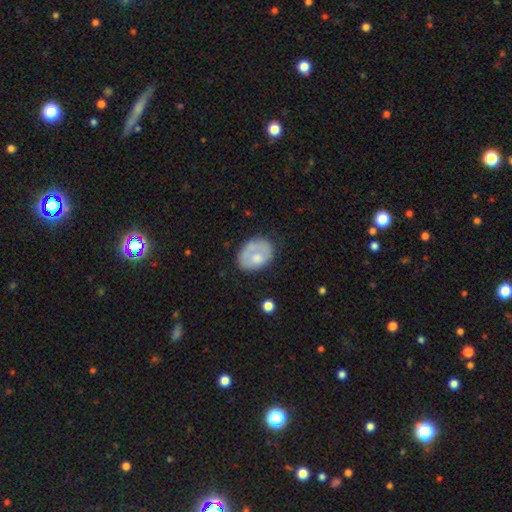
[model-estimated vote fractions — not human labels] A smooth galaxy with no disk features (64%) that is in between round and cigar-shaped (69%). Merging: none (54%).